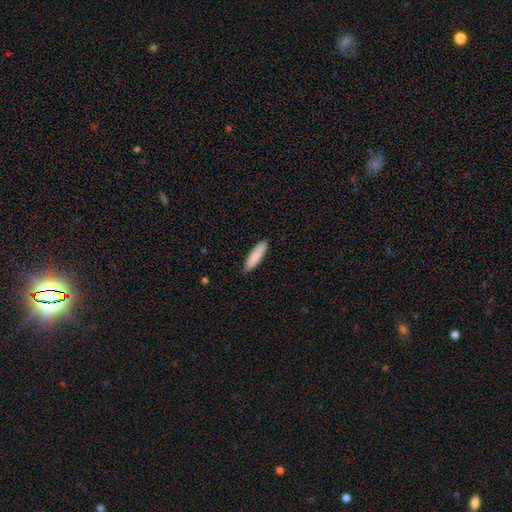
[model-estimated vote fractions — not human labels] This appears to be a smooth galaxy with no disk features (87%) that is cigar-shaped (72%). Merging: none (87%).